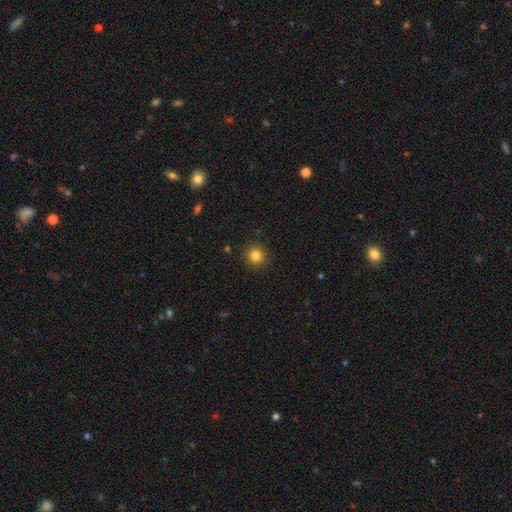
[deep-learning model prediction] The model was most divided on "smooth or featured": smooth: 83%, star or artifact: 12%, featured or disk: 5%. More confident: how rounded — round (94%); merging — none (90%).